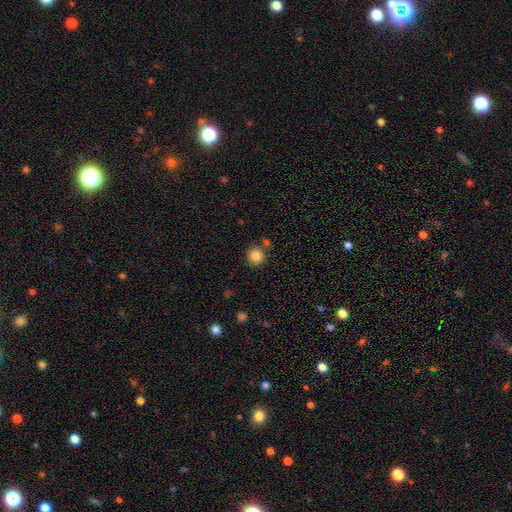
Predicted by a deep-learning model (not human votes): Smooth or featured: smooth — 85% (star or artifact — 10%)
How rounded: round — 92% (in between — 7%)
Merging: none — 82% (minor disturbance — 8%)